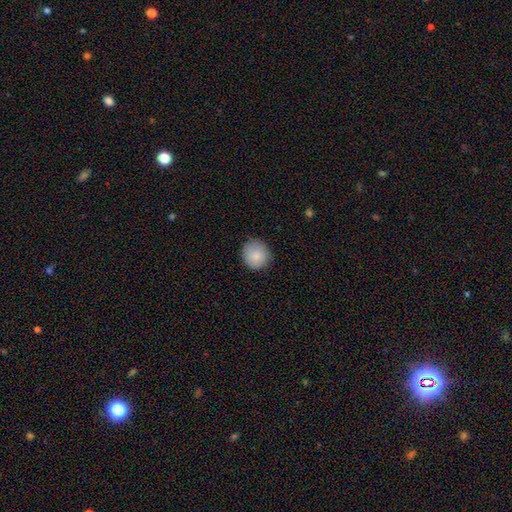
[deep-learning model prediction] Smooth or featured: smooth — 87% (star or artifact — 7%)
How rounded: round — 91% (in between — 8%)
Merging: none — 85% (minor disturbance — 12%)